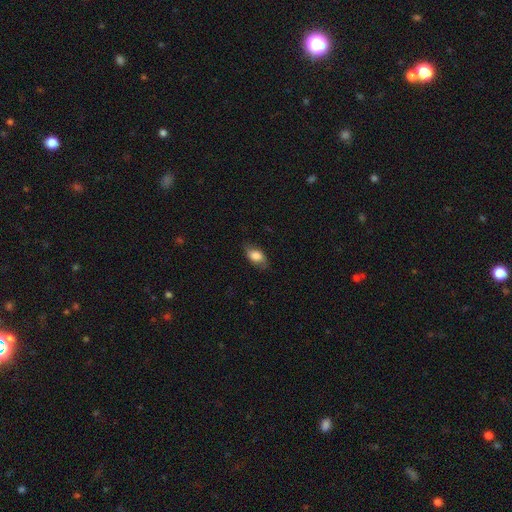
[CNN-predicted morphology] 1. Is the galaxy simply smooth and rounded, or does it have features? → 75% smooth, 17% featured or disk, 8% star or artifact.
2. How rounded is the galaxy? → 86% in between, 10% round, 4% cigar-shaped.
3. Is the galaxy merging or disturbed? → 72% none, 21% minor disturbance, 6% major disturbance, 1% merger.